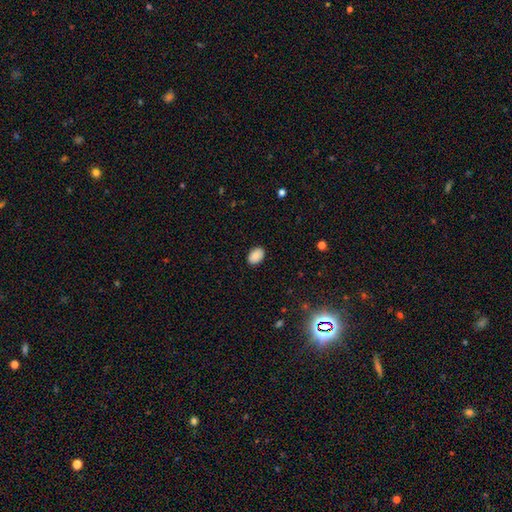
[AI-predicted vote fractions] Smooth or featured? Predicted: smooth (p=0.86). How rounded? Predicted: in between (p=0.82). Merging? Predicted: none (p=0.87).